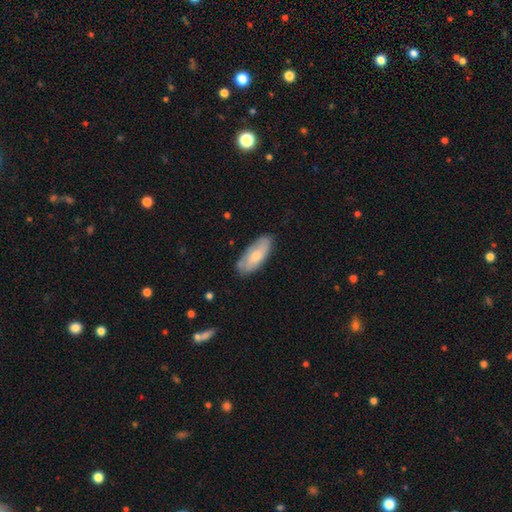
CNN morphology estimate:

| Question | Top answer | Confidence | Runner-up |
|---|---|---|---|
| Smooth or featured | smooth | 68% | featured or disk (27%) |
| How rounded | in between | 83% | cigar-shaped (15%) |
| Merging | none | 76% | minor disturbance (19%) |